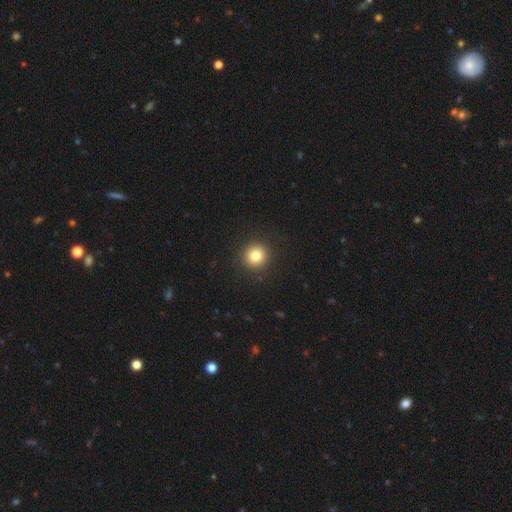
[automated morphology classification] This appears to be a smooth galaxy with no disk features (82%) that is round (94%). Merging: none (92%).